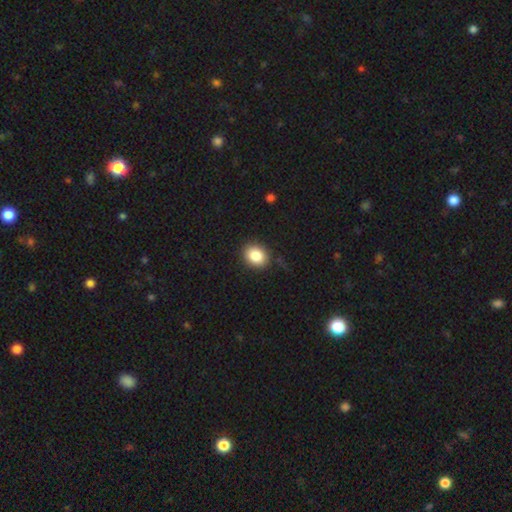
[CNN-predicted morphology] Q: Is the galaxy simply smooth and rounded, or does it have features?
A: smooth — 85%.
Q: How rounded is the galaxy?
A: round — 53%.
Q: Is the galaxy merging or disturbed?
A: none — 84%.